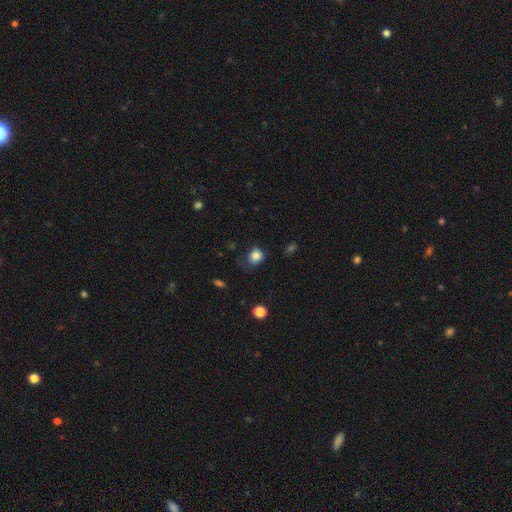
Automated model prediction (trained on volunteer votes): Q: Smooth or featured?
A: smooth (83%); runner-up: star or artifact (11%)
Q: How rounded?
A: round (69%); runner-up: in between (30%)
Q: Merging?
A: none (60%); runner-up: minor disturbance (28%)